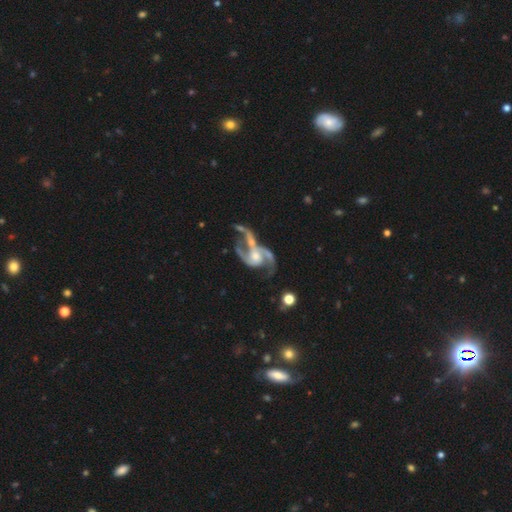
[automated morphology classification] A featured or disk galaxy (88%) with no bar (57%), 2 (78%) loose (48%) spiral arms (94%) and a moderate central bulge (52%). Merging: merger (32%).